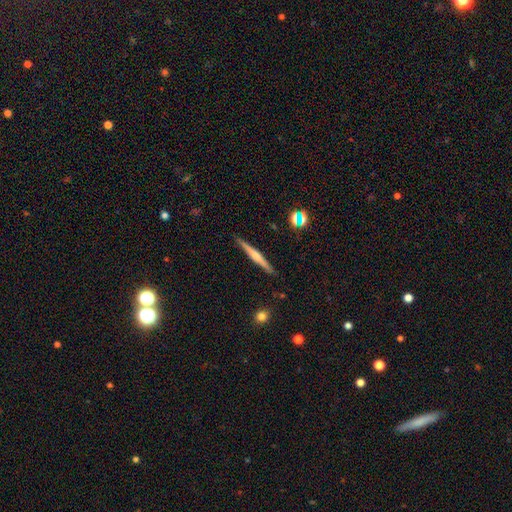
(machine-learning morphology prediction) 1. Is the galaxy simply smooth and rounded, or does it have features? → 58% featured or disk, 34% smooth, 7% star or artifact.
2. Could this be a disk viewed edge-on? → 98% yes, 2% no.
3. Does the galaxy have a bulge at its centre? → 60% rounded, 24% none, 16% boxy.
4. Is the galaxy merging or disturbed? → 90% none, 7% minor disturbance, 2% major disturbance, 1% merger.